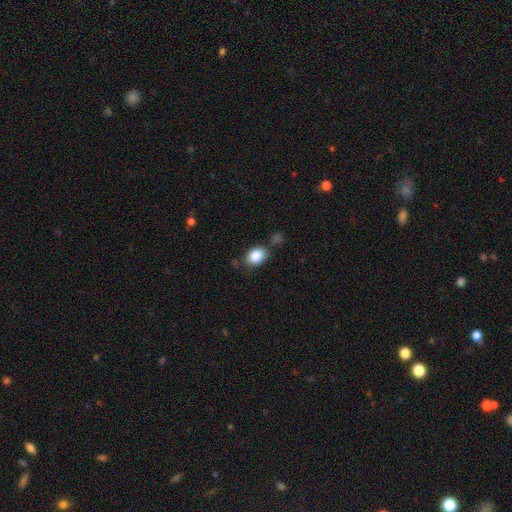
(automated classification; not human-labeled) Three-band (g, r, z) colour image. It shows a smooth galaxy with no disk features (86%) that is in between round and cigar-shaped (68%). Merging: none (67%).